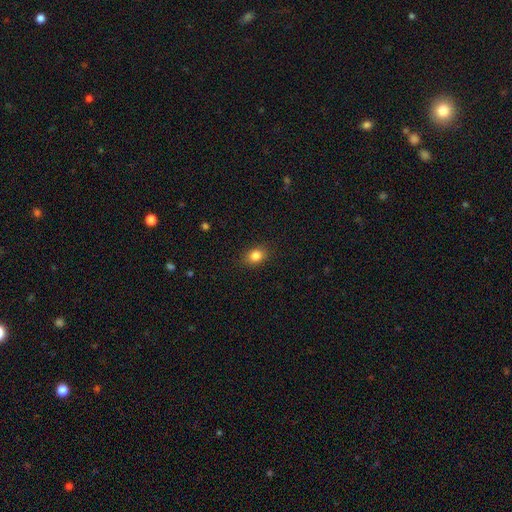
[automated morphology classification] Smooth or featured? Predicted: smooth (p=0.84). How rounded? Predicted: in between (p=0.61). Merging? Predicted: none (p=0.88).